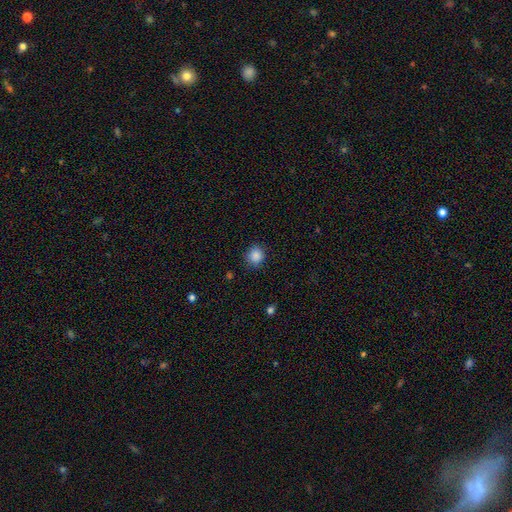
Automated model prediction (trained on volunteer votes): Smooth or featured?
  - smooth: 87% *
  - star or artifact: 10%
  - featured or disk: 3%
How rounded?
  - round: 86% *
  - in between: 13%
  - cigar-shaped: 1%
Merging?
  - none: 85% *
  - minor disturbance: 11%
  - major disturbance: 3%
  - merger: 1%